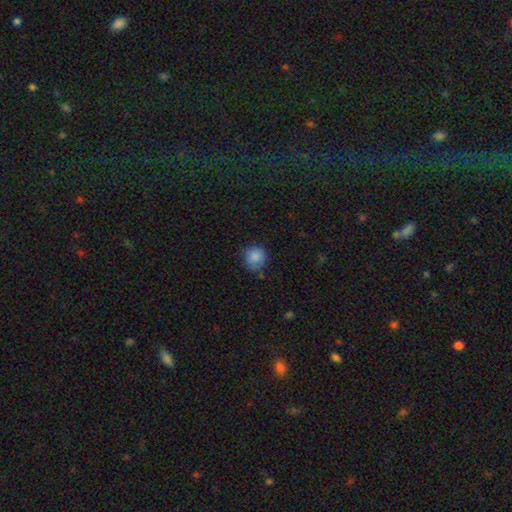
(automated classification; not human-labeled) The model was most divided on "merging": none: 75%, minor disturbance: 19%, major disturbance: 4%, merger: 2%. More confident: how rounded — round (88%); smooth or featured — smooth (85%).